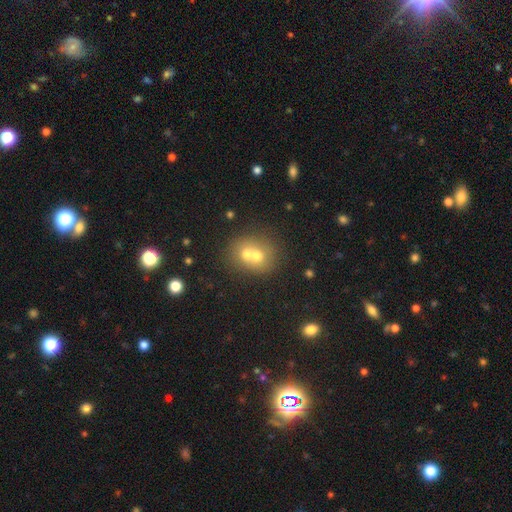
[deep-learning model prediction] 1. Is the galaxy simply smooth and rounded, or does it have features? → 61% smooth, 25% featured or disk, 14% star or artifact.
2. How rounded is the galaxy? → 74% round, 25% in between, 1% cigar-shaped.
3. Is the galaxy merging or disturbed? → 63% merger, 29% none, 5% minor disturbance, 2% major disturbance.